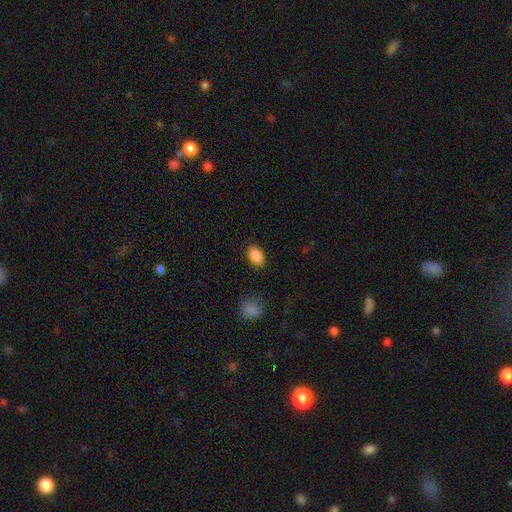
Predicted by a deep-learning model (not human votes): Smooth or featured: smooth — 89% (star or artifact — 8%)
How rounded: in between — 92% (round — 6%)
Merging: none — 86% (minor disturbance — 10%)